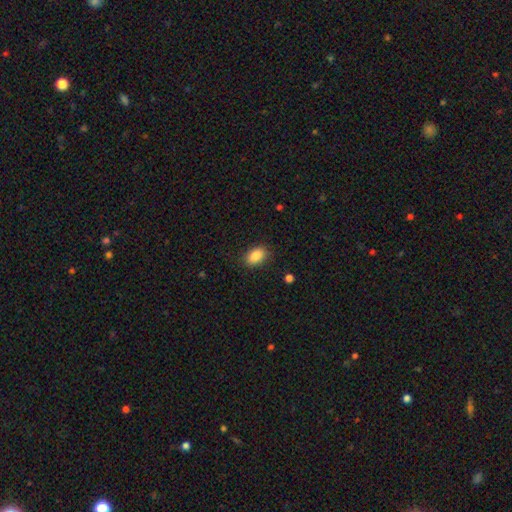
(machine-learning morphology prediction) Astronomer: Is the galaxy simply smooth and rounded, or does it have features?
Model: smooth — 88%.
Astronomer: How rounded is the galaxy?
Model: in between — 88%.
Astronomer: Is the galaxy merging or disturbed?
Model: none — 86%.